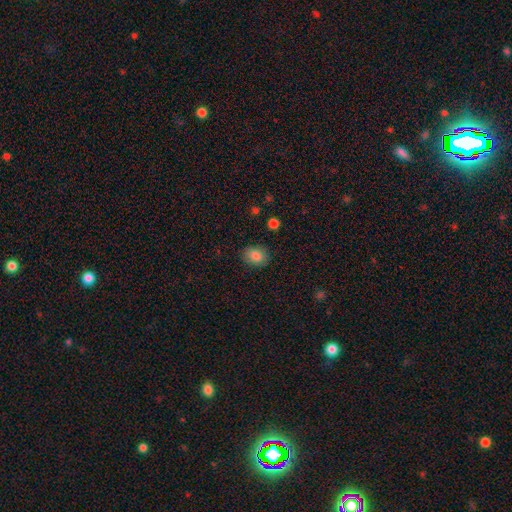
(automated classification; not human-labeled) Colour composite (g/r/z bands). It shows a smooth galaxy with no disk features (85%) that is in between round and cigar-shaped (53%). Merging: none (85%).